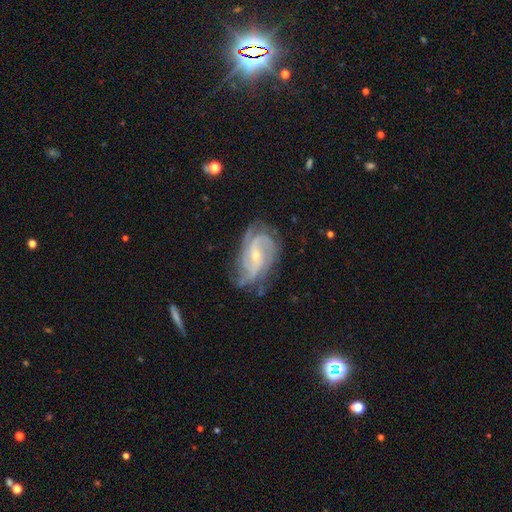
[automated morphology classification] The model was most divided on "bar": no: 44%, weak: 41%, strong: 15%. Remaining: spiral arms — yes (97%); edge-on disk — no (97%); smooth or featured — featured or disk (89%); bulge size — small (68%); merging — none (67%); spiral winding — medium (45%); spiral arm count — 2 (32%).